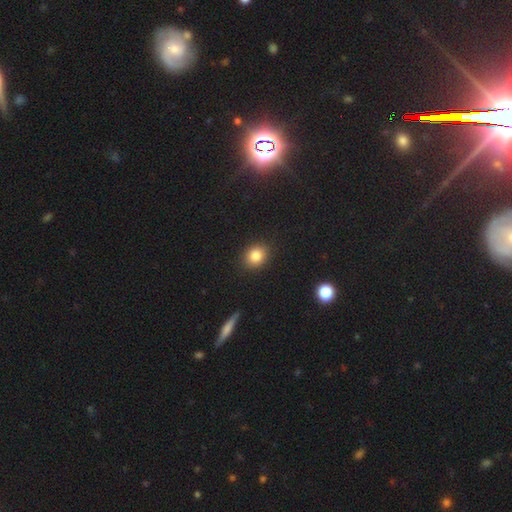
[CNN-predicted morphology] Smooth or featured?
  - smooth: 84% *
  - star or artifact: 10%
  - featured or disk: 6%
How rounded?
  - round: 65% *
  - in between: 33%
  - cigar-shaped: 1%
Merging?
  - none: 89% *
  - minor disturbance: 8%
  - major disturbance: 2%
  - merger: 1%